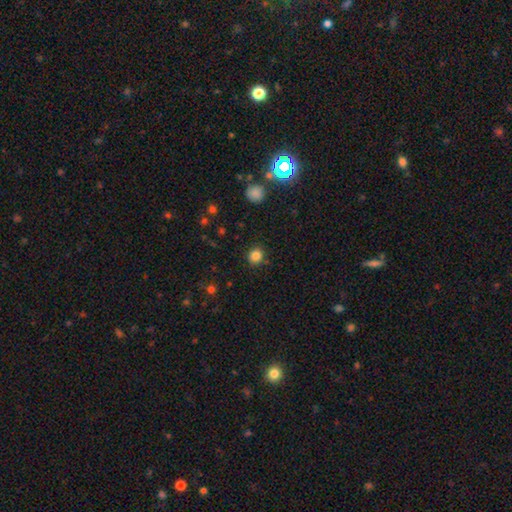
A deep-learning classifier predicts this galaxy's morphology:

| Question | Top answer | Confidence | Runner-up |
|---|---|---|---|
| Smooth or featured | smooth | 84% | star or artifact (12%) |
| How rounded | round | 87% | in between (12%) |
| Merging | none | 88% | minor disturbance (7%) |